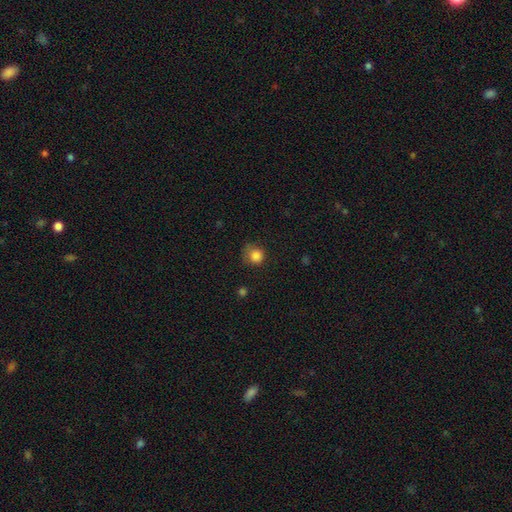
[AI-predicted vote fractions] A smooth galaxy with no disk features (84%) that is round (84%). Merging: none (55%).